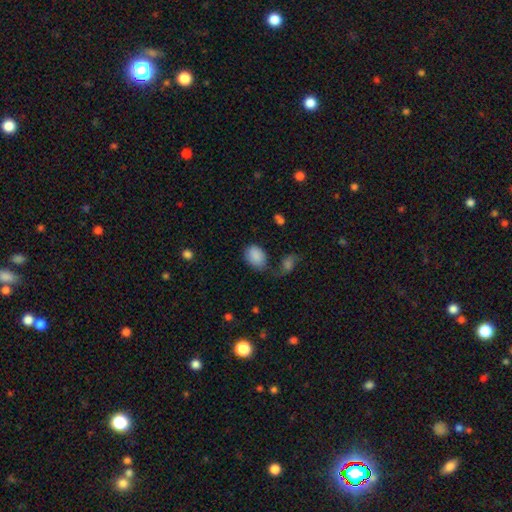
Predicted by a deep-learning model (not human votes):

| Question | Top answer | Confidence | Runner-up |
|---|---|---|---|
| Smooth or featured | smooth | 86% | star or artifact (8%) |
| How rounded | in between | 78% | round (21%) |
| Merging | none | 57% | minor disturbance (23%) |